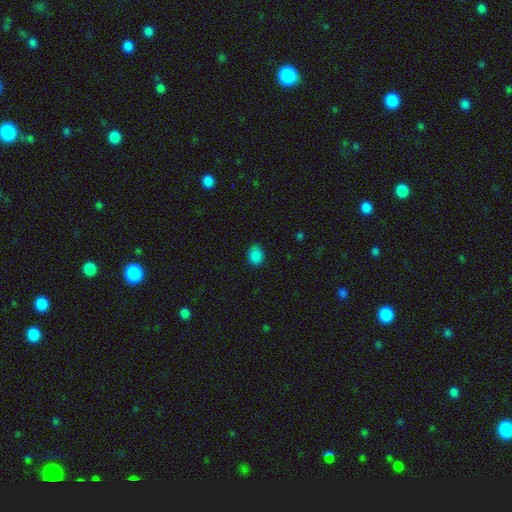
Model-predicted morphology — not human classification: smooth-or-featured: smooth: 85% | star or artifact: 12% | featured or disk: 3%
  how-rounded: in between: 59% | round: 40% | cigar-shaped: 1%
  merging: none: 80% | minor disturbance: 16% | major disturbance: 3% | merger: 1%